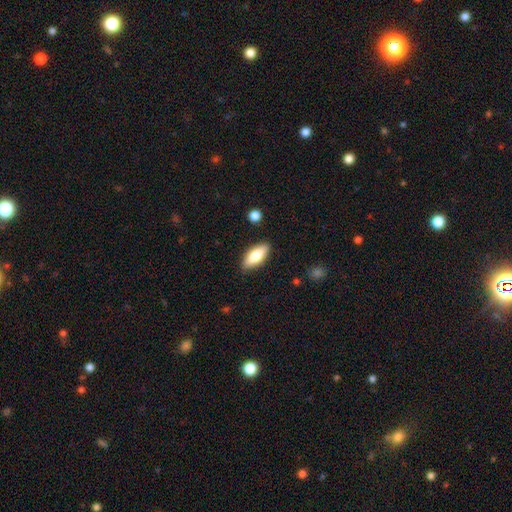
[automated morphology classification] The model was most divided on "smooth or featured": smooth: 77%, featured or disk: 17%, star or artifact: 6%. More confident: merging — none (86%); how rounded — in between (81%).